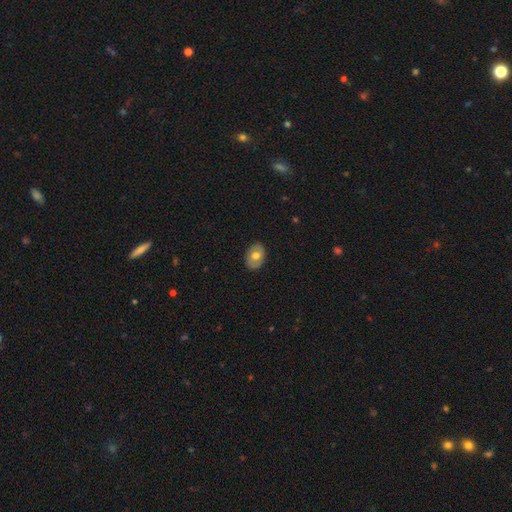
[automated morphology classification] Overall: smooth (58%; featured or disk 35%). How rounded: in between (72%). Merging: none (87%).